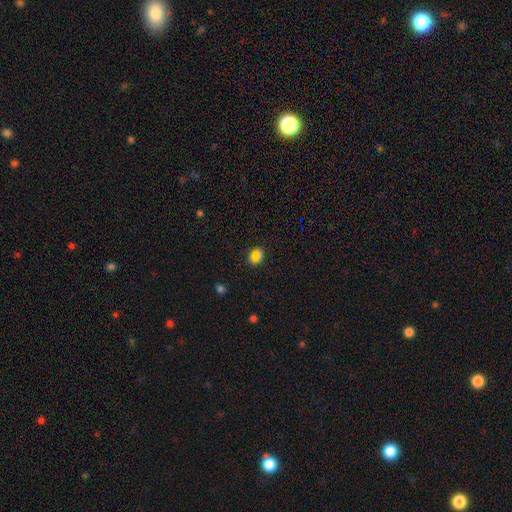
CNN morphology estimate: Smooth or featured: smooth — 58% (star or artifact — 30%)
How rounded: round — 55% (in between — 43%)
Merging: none — 68% (minor disturbance — 17%)